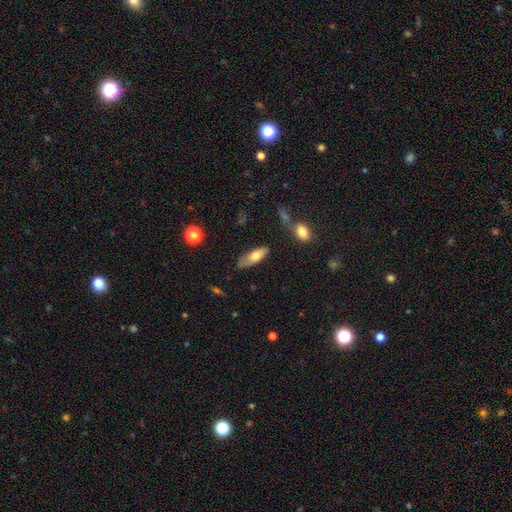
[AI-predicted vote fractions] smooth 66%, featured or disk 27%, star or artifact 6%. Down the decision tree: how rounded — in between (65%); merging — none (70%).